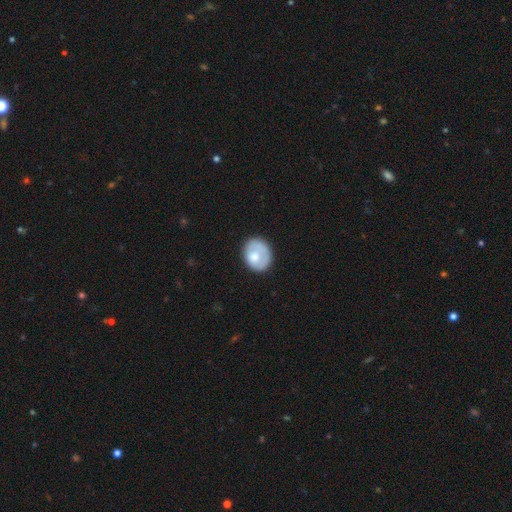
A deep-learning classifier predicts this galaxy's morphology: Smooth or featured?
  - smooth: 68% *
  - featured or disk: 26%
  - star or artifact: 6%
How rounded?
  - in between: 53% *
  - round: 47%
  - cigar-shaped: 1%
Merging?
  - none: 62% *
  - minor disturbance: 25%
  - major disturbance: 10%
  - merger: 2%